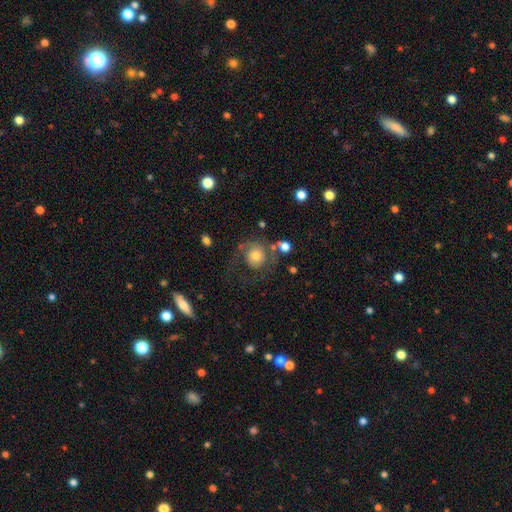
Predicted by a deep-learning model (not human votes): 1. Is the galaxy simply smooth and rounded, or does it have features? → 48% smooth, 43% featured or disk, 9% star or artifact.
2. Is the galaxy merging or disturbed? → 44% none, 32% major disturbance, 18% minor disturbance, 7% merger.